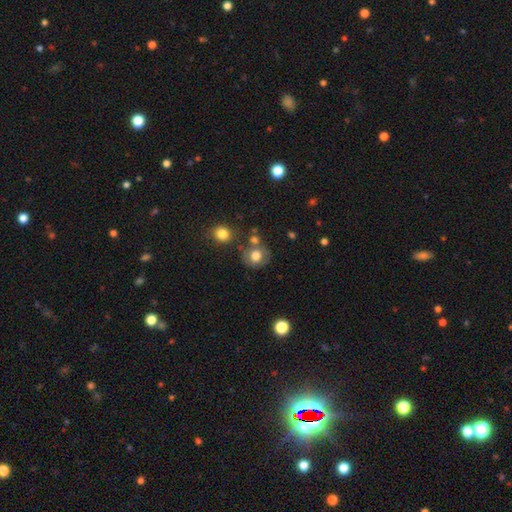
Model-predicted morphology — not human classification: smooth 71%, featured or disk 19%, star or artifact 10%. Down the decision tree: how rounded — round (80%); merging — none (64%).